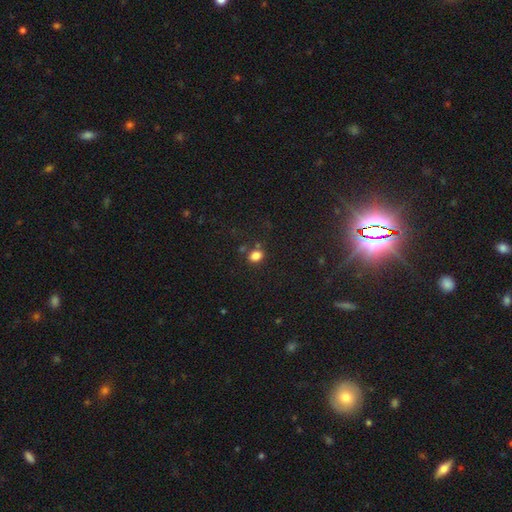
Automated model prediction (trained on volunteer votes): Smooth or featured?
  - smooth: 82% *
  - star or artifact: 13%
  - featured or disk: 5%
How rounded?
  - in between: 57% *
  - round: 42%
  - cigar-shaped: 1%
Merging?
  - none: 74% *
  - minor disturbance: 13%
  - merger: 10%
  - major disturbance: 4%